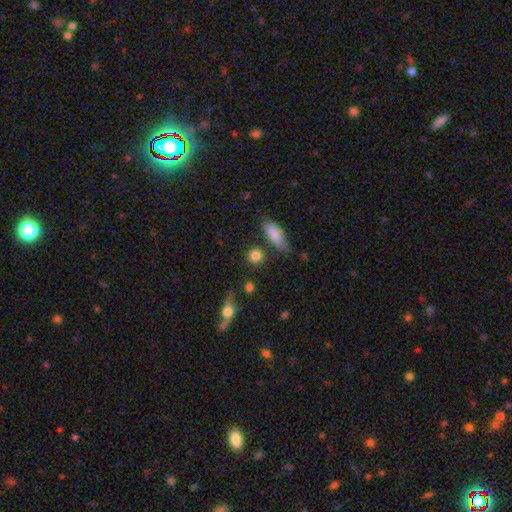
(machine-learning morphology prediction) The model was most divided on "how rounded": round: 81%, in between: 15%, cigar-shaped: 4%. More confident: smooth or featured — smooth (83%); merging — none (80%).